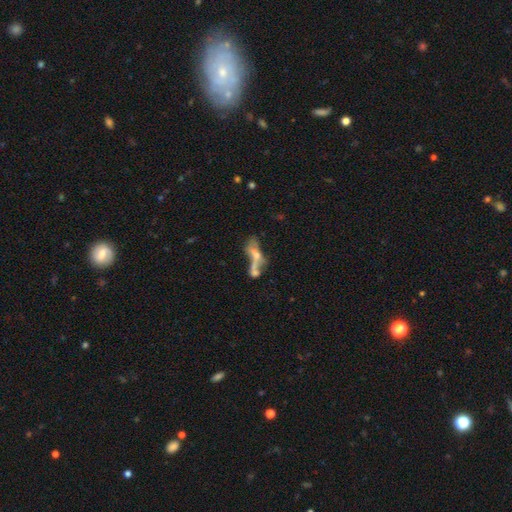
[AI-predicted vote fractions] smooth-or-featured: featured or disk: 45% | smooth: 41% | star or artifact: 14%
  merging: merger: 54% | major disturbance: 20% | none: 17% | minor disturbance: 9%